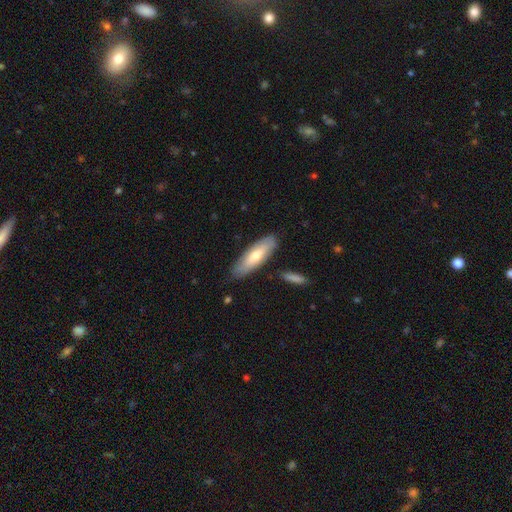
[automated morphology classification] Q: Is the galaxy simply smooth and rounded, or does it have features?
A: smooth — 61%.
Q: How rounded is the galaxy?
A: in between — 57%.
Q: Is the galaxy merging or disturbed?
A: none — 82%.